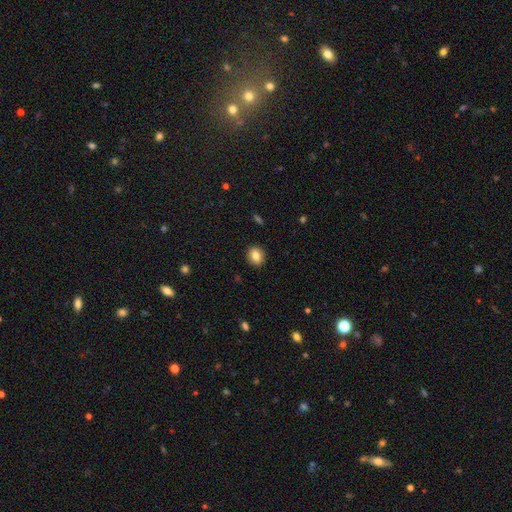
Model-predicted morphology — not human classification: A smooth galaxy with no disk features (82%) that is round (75%).

Vote fractions:
- Smooth or featured? smooth: 82% / featured or disk: 9% / star or artifact: 9%
- How rounded? round: 75% / in between: 24% / cigar-shaped: 1%
- Merging? none: 91% / minor disturbance: 6% / major disturbance: 2% / merger: 1%